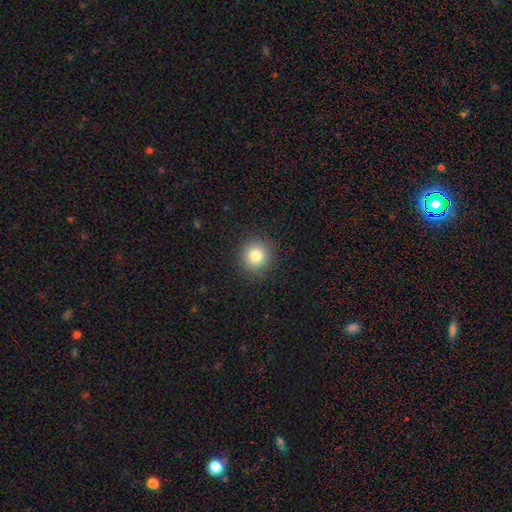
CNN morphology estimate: The model was most divided on "smooth or featured": smooth: 82%, star or artifact: 11%, featured or disk: 7%. More confident: how rounded — round (91%); merging — none (90%).